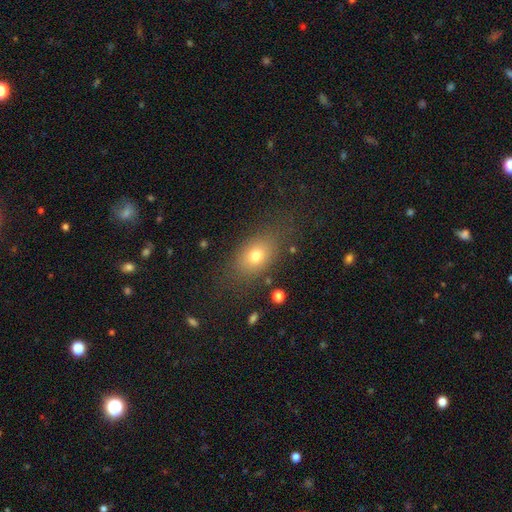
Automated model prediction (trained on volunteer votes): smooth_or_featured: smooth (p=0.73) [alt: featured or disk p=0.14]
how_rounded: in between (p=0.75) [alt: round p=0.22]
merging: none (p=0.75) [alt: minor disturbance p=0.15]